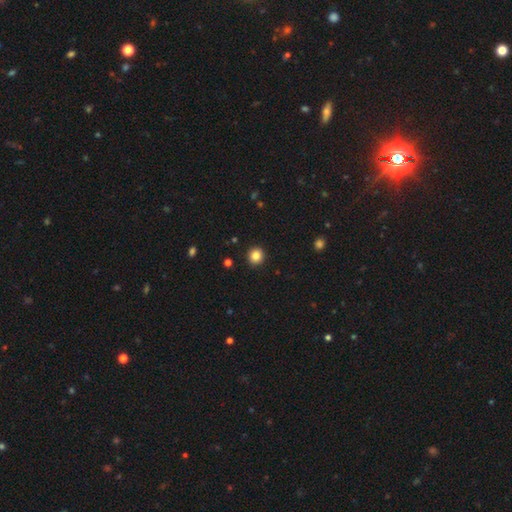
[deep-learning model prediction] smooth-or-featured: smooth: 84% | star or artifact: 11% | featured or disk: 5%
  how-rounded: round: 93% | in between: 6% | cigar-shaped: 1%
  merging: none: 93% | minor disturbance: 4% | major disturbance: 2% | merger: 1%